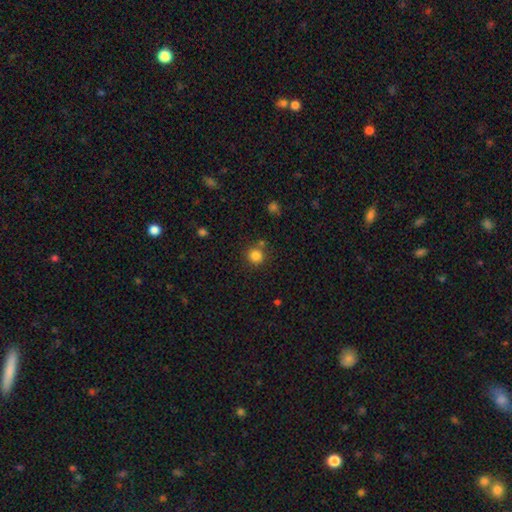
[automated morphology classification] The model was most divided on "merging": none: 78%, merger: 9%, minor disturbance: 9%, major disturbance: 3%. More confident: how rounded — round (93%); smooth or featured — smooth (83%).